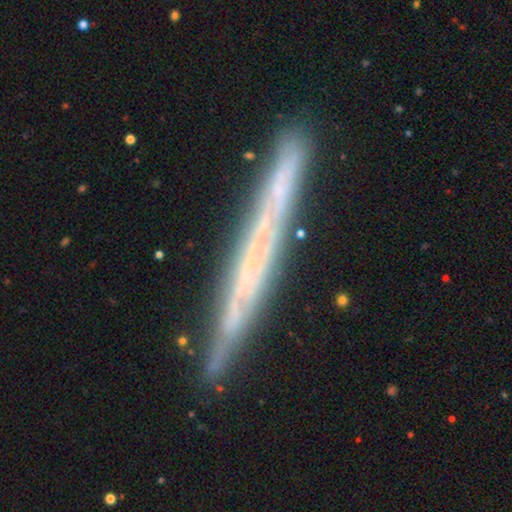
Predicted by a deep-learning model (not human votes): Smooth or featured: featured or disk — 68% (smooth — 24%)
Edge-on disk: yes — 93% (no — 7%)
Edge-on bulge: none — 86% (rounded — 8%)
Merging: none — 85% (minor disturbance — 11%)